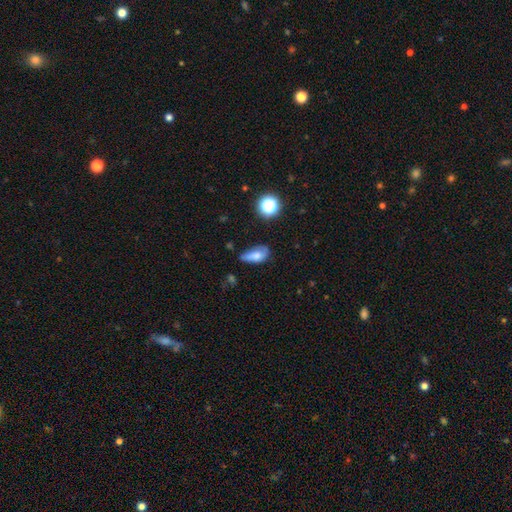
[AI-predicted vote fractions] Overall: smooth (69%). How rounded: in between (82%). Merging: minor disturbance (41%; none 38%).